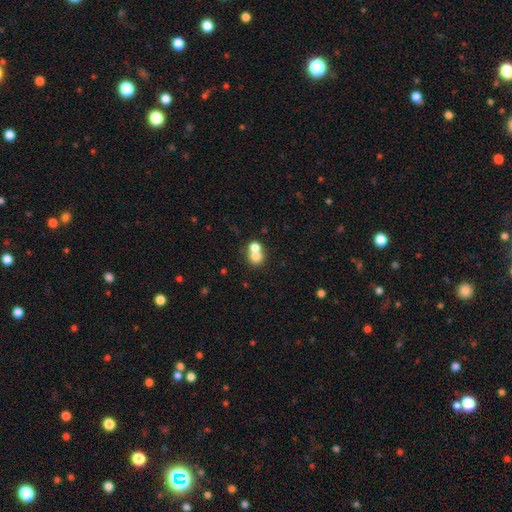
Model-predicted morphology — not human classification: type=smooth (71%); roundness=round (78%); merging=merger (61%).